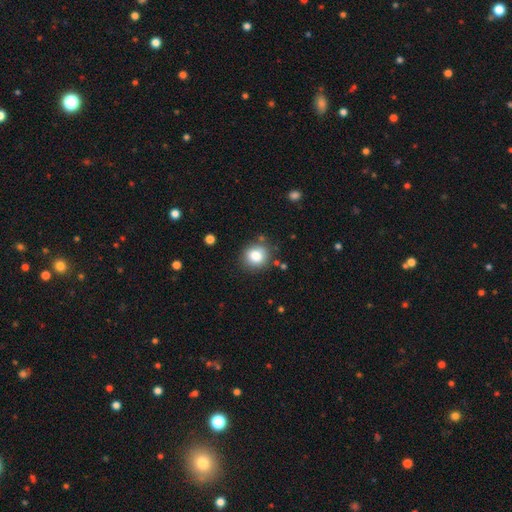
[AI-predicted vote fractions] Smooth or featured? smooth (83%)
How rounded? round (84%)
Merging? none (84%)